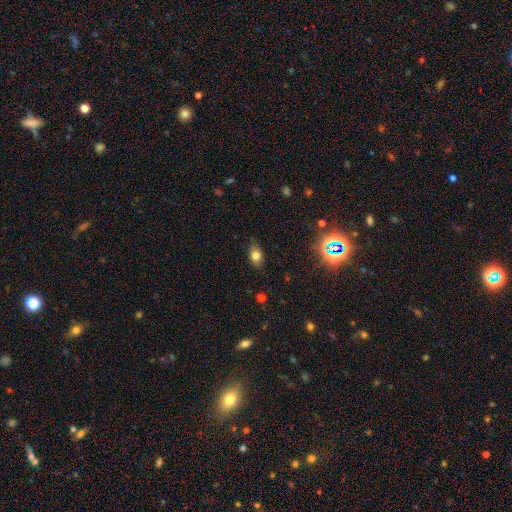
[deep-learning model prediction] This appears to be a smooth galaxy with no disk features (74%) that is in between round and cigar-shaped (75%). Merging: none (77%).